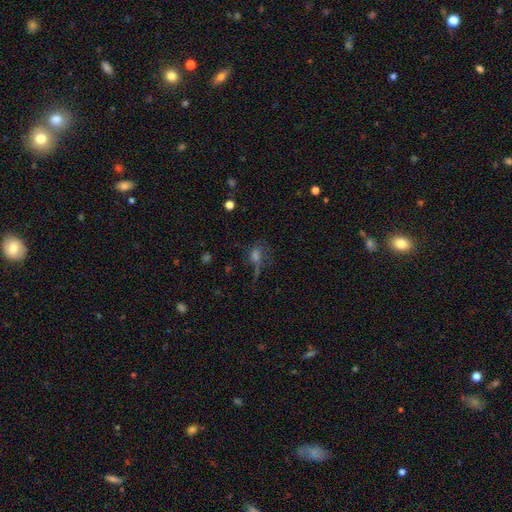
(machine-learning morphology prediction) A smooth galaxy with no disk features (39%). Merging: none (40%).